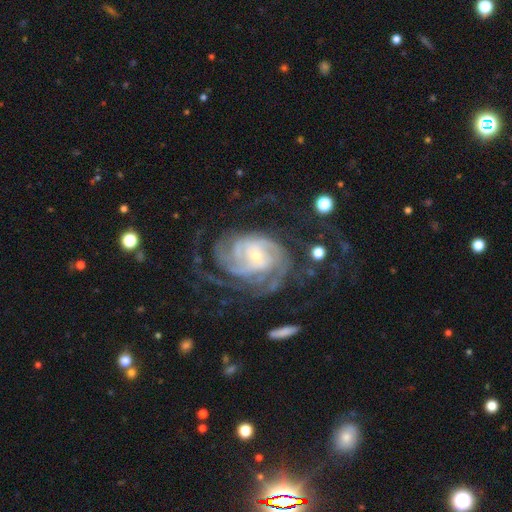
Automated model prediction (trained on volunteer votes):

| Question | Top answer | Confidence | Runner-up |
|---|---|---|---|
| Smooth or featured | featured or disk | 90% | star or artifact (5%) |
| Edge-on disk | no | 97% | yes (3%) |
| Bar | no | 66% | weak (25%) |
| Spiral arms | yes | 97% | no (3%) |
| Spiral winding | tight | 62% | medium (30%) |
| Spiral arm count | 3 | 23% | tied: can't tell (23%) |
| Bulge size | small | 70% | moderate (26%) |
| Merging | none | 57% | major disturbance (22%) |